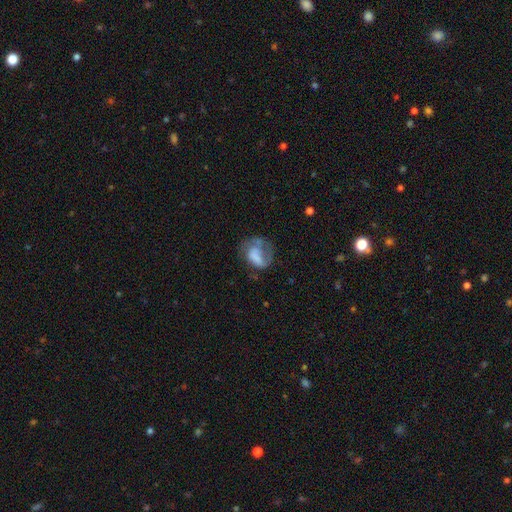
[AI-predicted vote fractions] The model was most divided on "merging": major disturbance: 40%, none: 30%, minor disturbance: 24%, merger: 6%. More confident: how rounded — in between (62%); smooth or featured — smooth (51%).